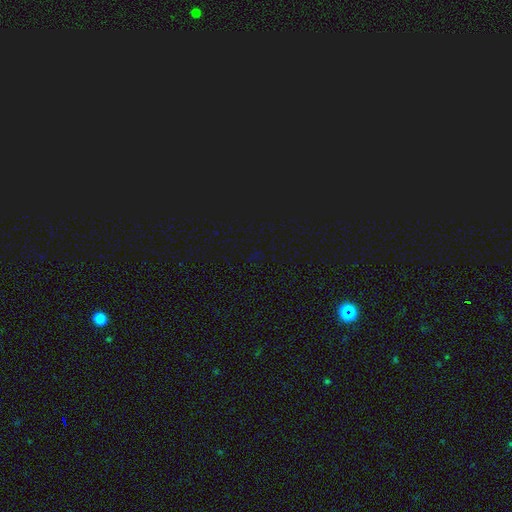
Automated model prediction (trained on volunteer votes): A star or artifact, not a galaxy (77%).

Vote fractions:
- Smooth or featured? star or artifact: 77% / smooth: 17% / featured or disk: 6%